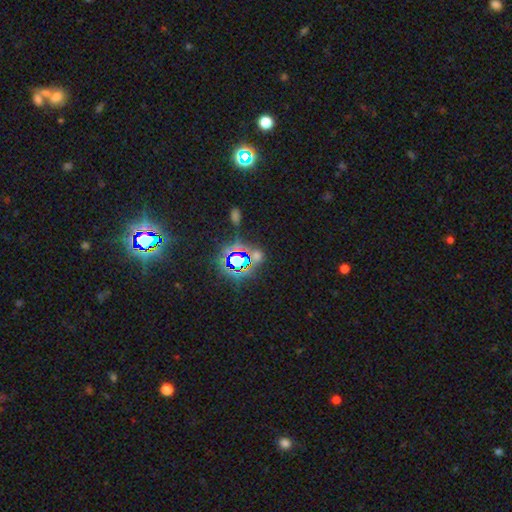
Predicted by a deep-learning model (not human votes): smooth-or-featured: star or artifact: 70% | smooth: 23% | featured or disk: 8%